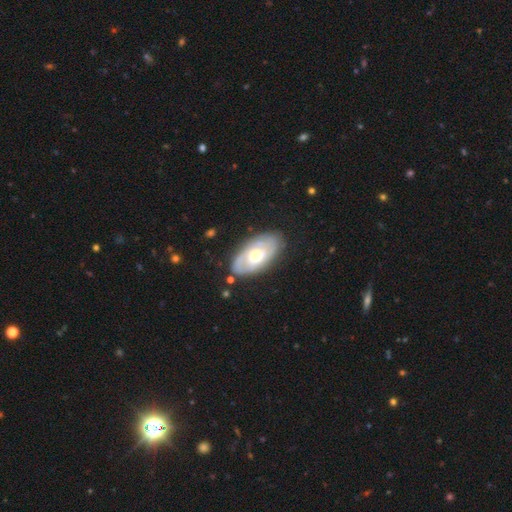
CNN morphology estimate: A featured or disk galaxy (67%) with no bar (71%), spiral arms (75%) and a moderate central bulge (65%). Merging: none (78%).